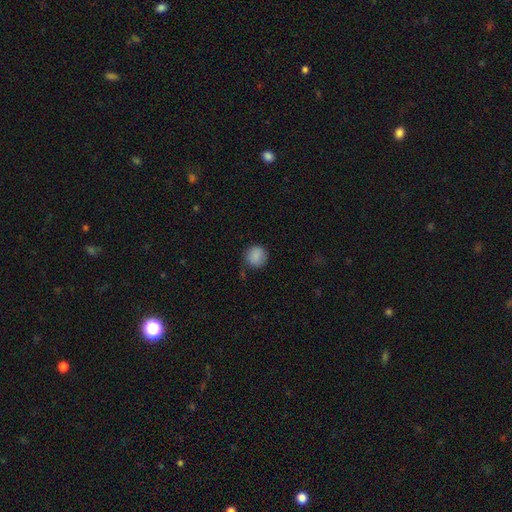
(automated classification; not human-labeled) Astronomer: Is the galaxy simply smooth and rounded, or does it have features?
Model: smooth — 87%.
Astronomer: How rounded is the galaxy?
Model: round — 92%.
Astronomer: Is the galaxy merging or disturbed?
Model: none — 83%.